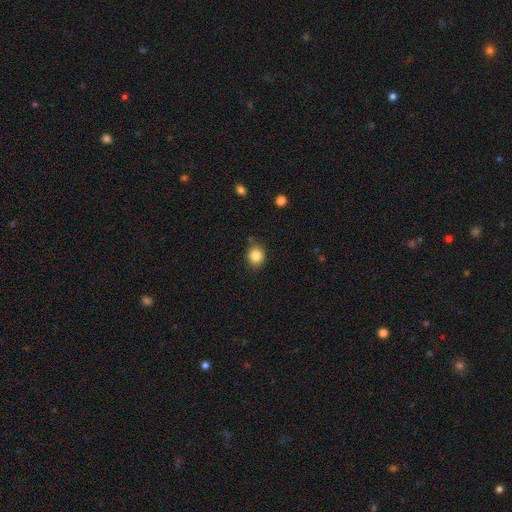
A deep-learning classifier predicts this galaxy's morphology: This is clearly a smooth galaxy (85%). How rounded: likely round (77%). Merging: clearly none (80%).